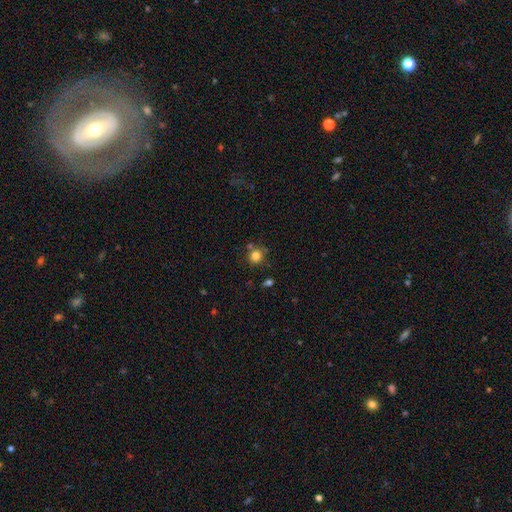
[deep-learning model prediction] The model was most divided on "merging": none: 71%, minor disturbance: 14%, merger: 11%, major disturbance: 4%. More confident: how rounded — round (87%); smooth or featured — smooth (81%).